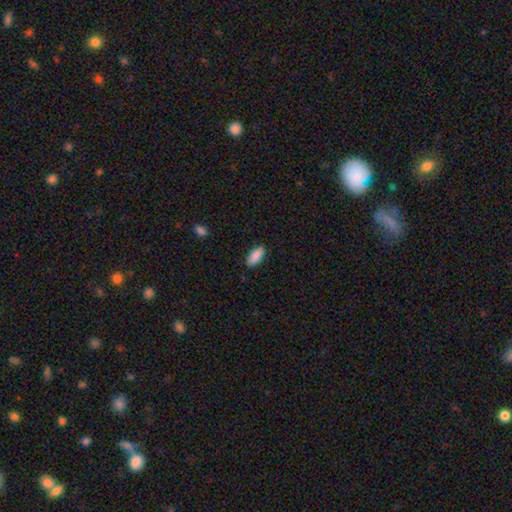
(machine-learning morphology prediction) Smooth or featured?
  - smooth: 89% *
  - star or artifact: 6%
  - featured or disk: 4%
How rounded?
  - in between: 85% *
  - cigar-shaped: 14%
  - round: 2%
Merging?
  - none: 87% *
  - minor disturbance: 10%
  - major disturbance: 2%
  - merger: 1%